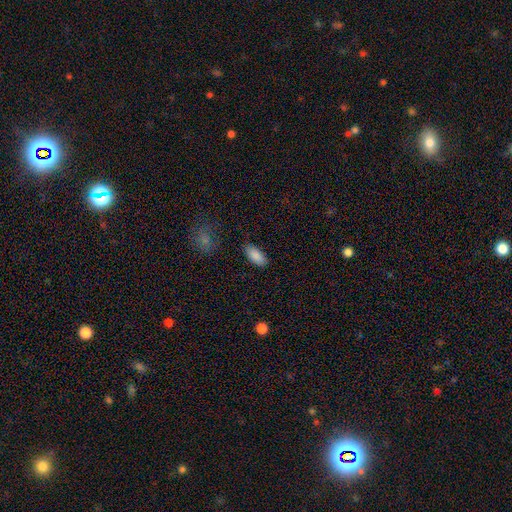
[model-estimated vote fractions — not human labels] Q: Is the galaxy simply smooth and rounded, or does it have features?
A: smooth — 88%.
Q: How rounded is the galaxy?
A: in between — 90%.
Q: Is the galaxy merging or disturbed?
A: none — 86%.